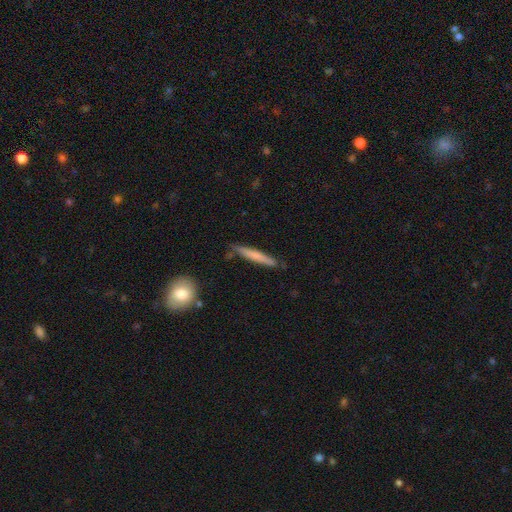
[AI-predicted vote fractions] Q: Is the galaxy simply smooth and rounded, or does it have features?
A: smooth — 65%.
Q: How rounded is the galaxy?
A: cigar-shaped — 95%.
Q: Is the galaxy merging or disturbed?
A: none — 81%.